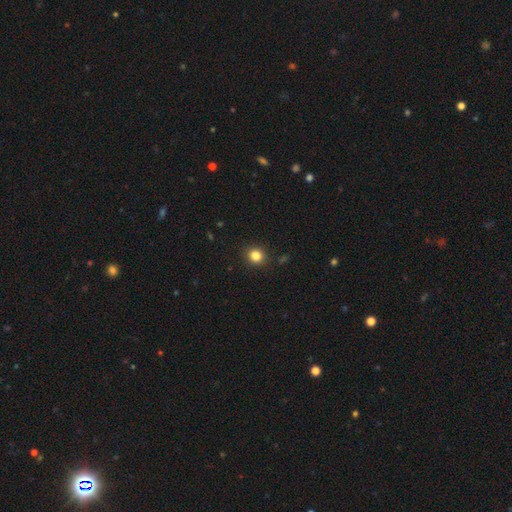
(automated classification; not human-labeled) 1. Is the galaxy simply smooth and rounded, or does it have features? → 83% smooth, 12% star or artifact, 5% featured or disk.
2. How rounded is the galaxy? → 86% round, 13% in between, 1% cigar-shaped.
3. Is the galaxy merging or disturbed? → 91% none, 6% minor disturbance, 2% major disturbance, 1% merger.